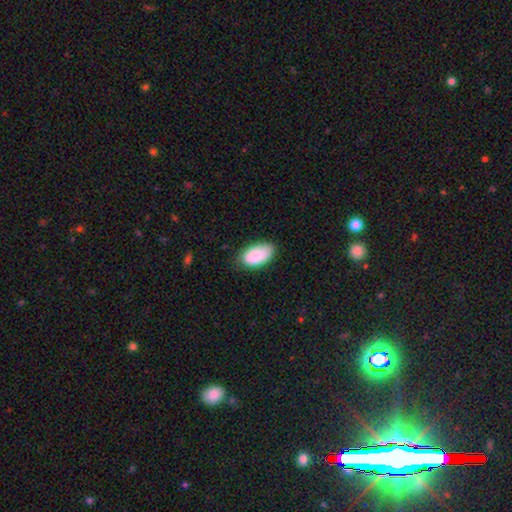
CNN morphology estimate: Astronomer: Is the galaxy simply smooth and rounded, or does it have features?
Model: smooth — 88%.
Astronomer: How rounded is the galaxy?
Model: in between — 95%.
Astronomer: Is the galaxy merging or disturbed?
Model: none — 72%.